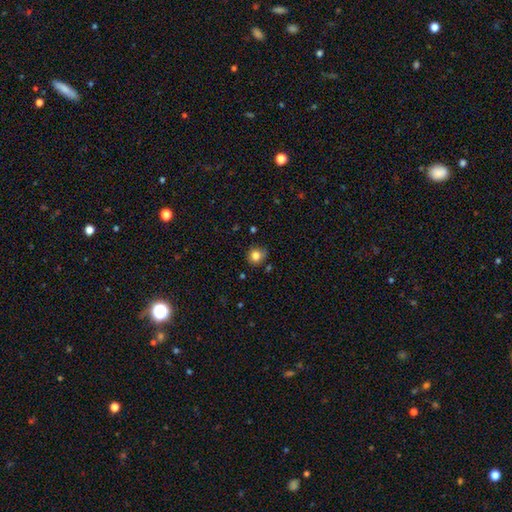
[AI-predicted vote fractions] Smooth or featured? smooth (81%)
How rounded? round (85%)
Merging? none (77%)